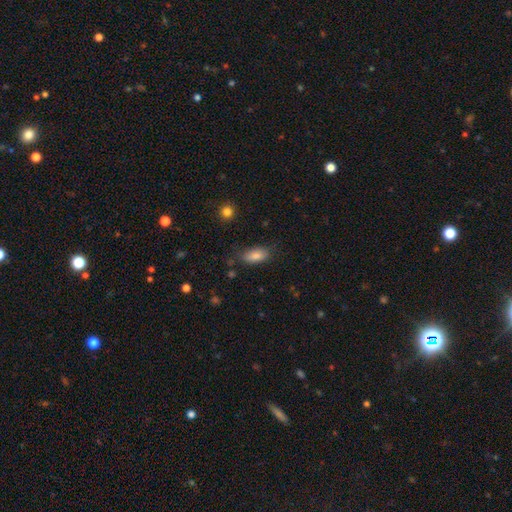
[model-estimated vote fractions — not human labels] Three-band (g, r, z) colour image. It shows a smooth galaxy with no disk features (85%) that is in between round and cigar-shaped (90%). Merging: none (74%).